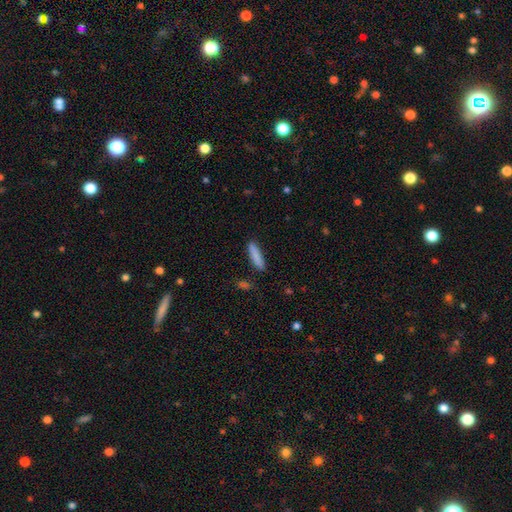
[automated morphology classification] This is clearly a smooth galaxy (86%). How rounded: likely cigar-shaped (80%). Merging: clearly none (85%).